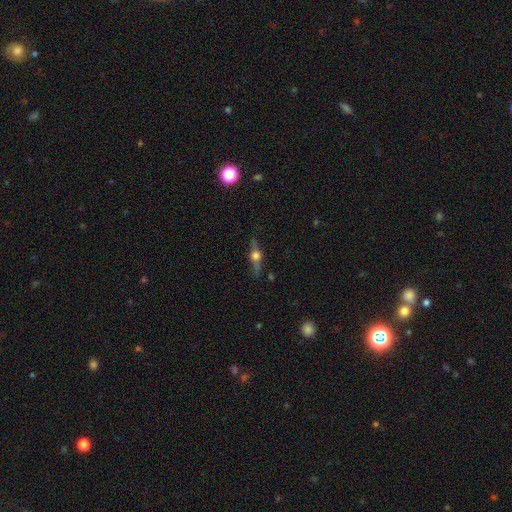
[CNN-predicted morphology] A featured or disk galaxy (77%) viewed edge-on (97%) with a rounded central bulge (95%).

Vote fractions:
- Smooth or featured? featured or disk: 77% / smooth: 14% / star or artifact: 9%
- Edge-on disk? yes: 97% / no: 3%
- Edge-on bulge? rounded: 95% / boxy: 3% / none: 1%
- Merging? none: 86% / minor disturbance: 10% / major disturbance: 3% / merger: 1%